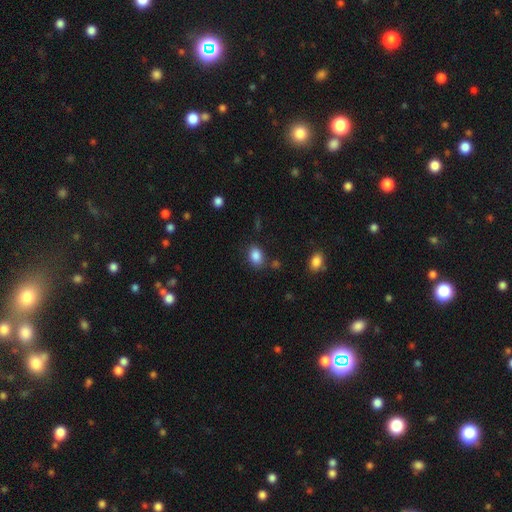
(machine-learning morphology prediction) Smooth or featured: smooth — 87% (star or artifact — 9%)
How rounded: in between — 76% (round — 22%)
Merging: none — 79% (minor disturbance — 13%)